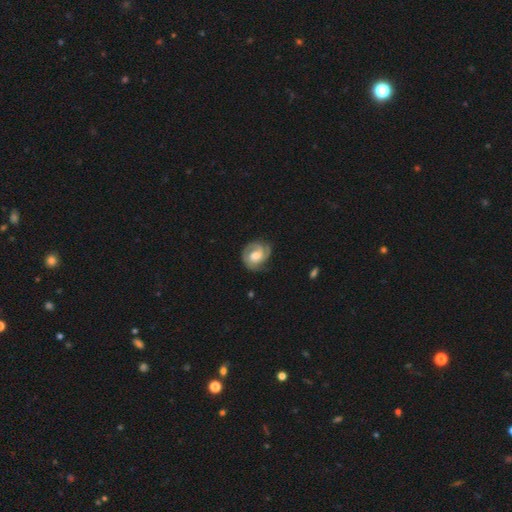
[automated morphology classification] A featured or disk galaxy (78%) with no bar (55%), 2 (47%) tight (56%) spiral arms (94%) and a moderate central bulge (63%).

Vote fractions:
- Smooth or featured? featured or disk: 78% / smooth: 16% / star or artifact: 5%
- Edge-on disk? no: 98% / yes: 2%
- Bar? no: 55% / weak: 37% / strong: 8%
- Spiral arms? yes: 94% / no: 6%
- Spiral winding? tight: 56% / medium: 35% / loose: 9%
- Spiral arm count? 2: 47% / 3: 23% / can't tell: 16% / 1: 8% / 4: 3% / more than 4: 3%
- Bulge size? moderate: 63% / large: 18% / small: 15% / none: 3% / dominant: 1%
- Merging? none: 71% / minor disturbance: 20% / major disturbance: 8% / merger: 1%